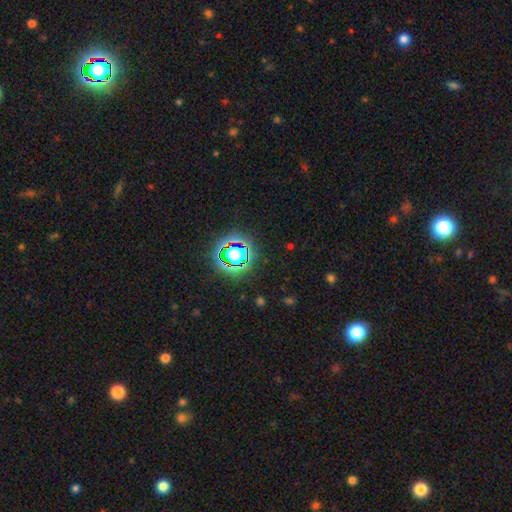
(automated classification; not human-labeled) The model was most divided on "smooth or featured": star or artifact: 78%, smooth: 15%, featured or disk: 8%.